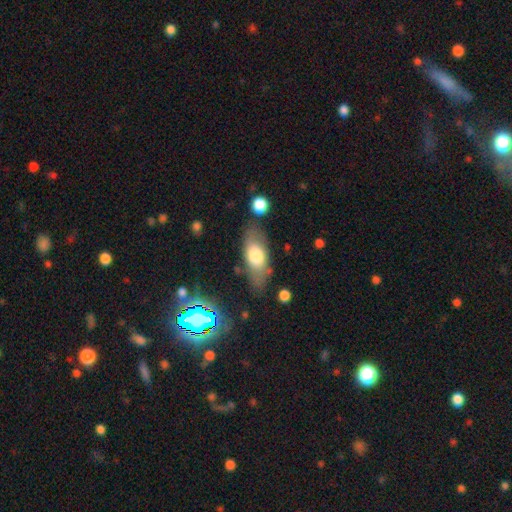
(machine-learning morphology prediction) smooth 69%, featured or disk 24%, star or artifact 7%. Down the decision tree: how rounded — in between (83%); merging — none (71%).